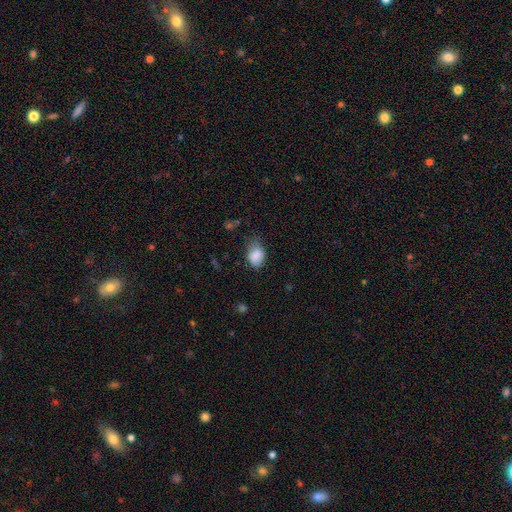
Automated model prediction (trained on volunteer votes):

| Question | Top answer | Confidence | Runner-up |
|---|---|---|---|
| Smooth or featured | smooth | 83% | featured or disk (9%) |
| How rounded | in between | 80% | round (18%) |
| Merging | none | 48% | minor disturbance (37%) |